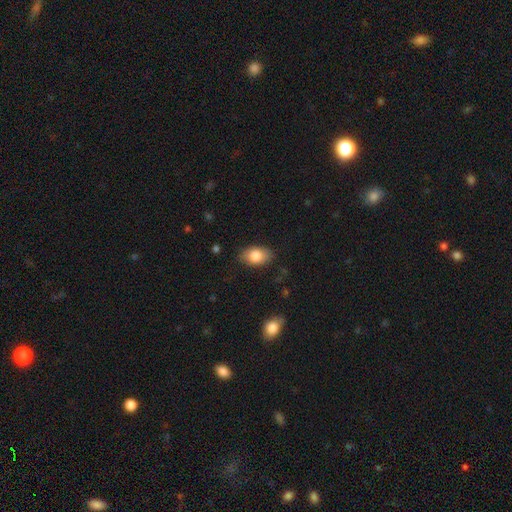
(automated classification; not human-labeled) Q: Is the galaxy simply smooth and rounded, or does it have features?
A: smooth — 83%.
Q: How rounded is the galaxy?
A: in between — 89%.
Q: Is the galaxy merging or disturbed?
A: none — 83%.